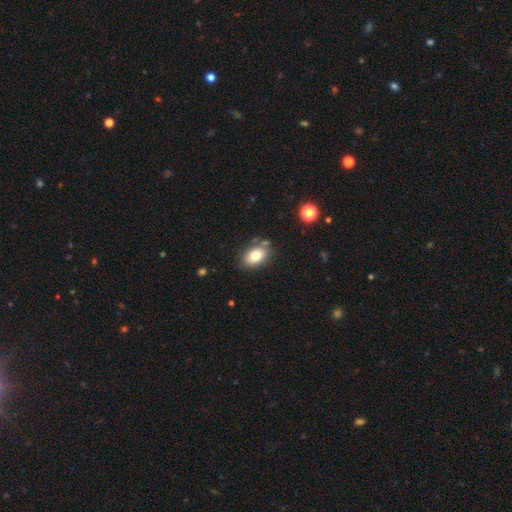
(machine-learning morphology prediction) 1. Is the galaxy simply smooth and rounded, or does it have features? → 78% smooth, 13% featured or disk, 9% star or artifact.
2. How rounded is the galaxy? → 86% in between, 12% round, 1% cigar-shaped.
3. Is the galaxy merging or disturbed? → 75% none, 15% minor disturbance, 7% merger, 4% major disturbance.